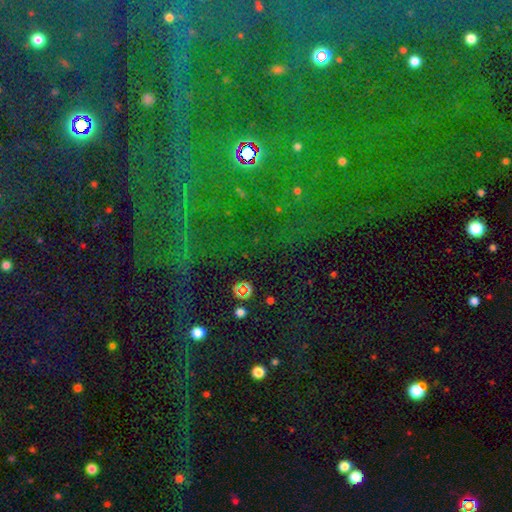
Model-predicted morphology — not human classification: Smooth or featured?
  - star or artifact: 82% *
  - featured or disk: 9%
  - smooth: 9%